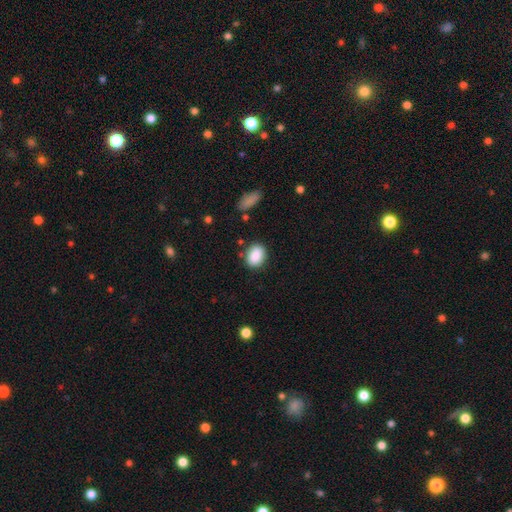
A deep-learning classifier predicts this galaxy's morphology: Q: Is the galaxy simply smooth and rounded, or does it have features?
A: smooth — 89%.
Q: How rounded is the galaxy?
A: in between — 65%.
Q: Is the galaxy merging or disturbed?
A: none — 82%.